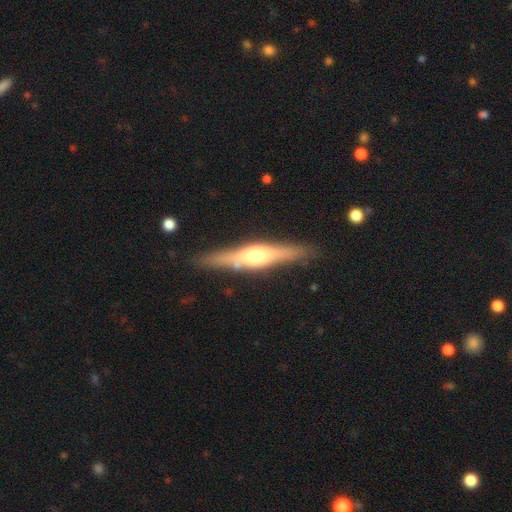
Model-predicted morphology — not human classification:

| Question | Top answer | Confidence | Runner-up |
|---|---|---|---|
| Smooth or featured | featured or disk | 71% | smooth (24%) |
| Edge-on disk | yes | 95% | no (5%) |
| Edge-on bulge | rounded | 86% | boxy (11%) |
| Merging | none | 85% | minor disturbance (10%) |